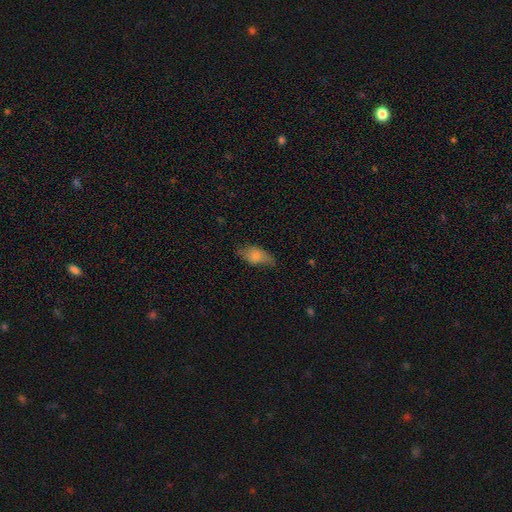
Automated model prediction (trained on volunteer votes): Q: Smooth or featured?
A: smooth (76%); runner-up: featured or disk (15%)
Q: How rounded?
A: in between (88%); runner-up: cigar-shaped (7%)
Q: Merging?
A: none (57%); runner-up: minor disturbance (32%)